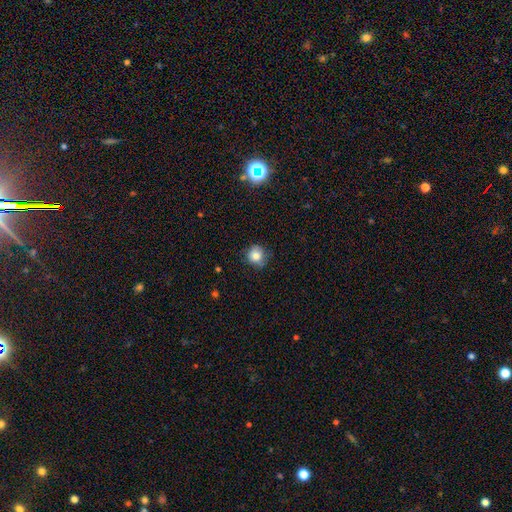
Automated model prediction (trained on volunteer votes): Morphology: type=smooth (80%); roundness=round (88%); merging=none (74%).